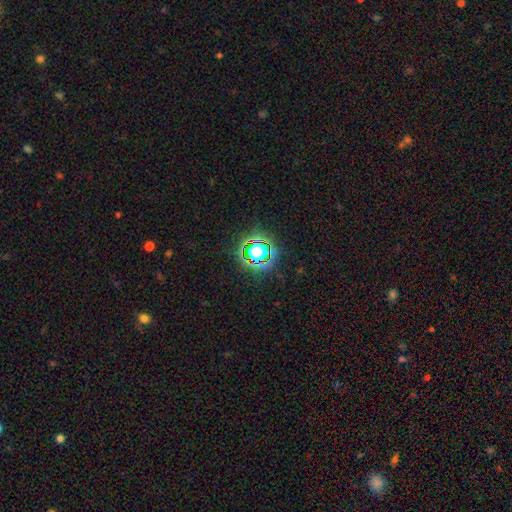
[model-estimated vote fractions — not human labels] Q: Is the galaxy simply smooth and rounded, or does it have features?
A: star or artifact — 65%.